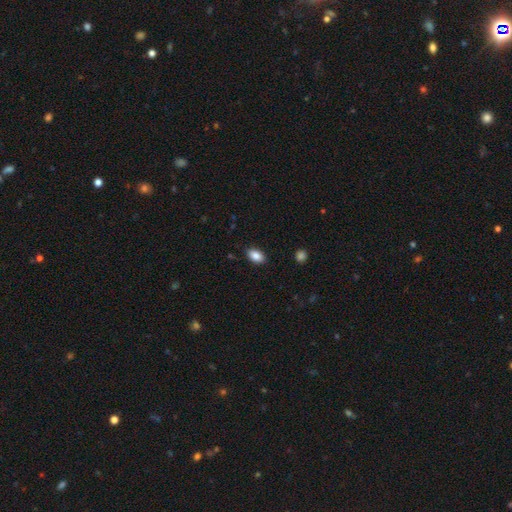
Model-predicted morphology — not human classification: smooth 87%, star or artifact 8%, featured or disk 5%. Down the decision tree: how rounded — in between (90%); merging — none (88%).